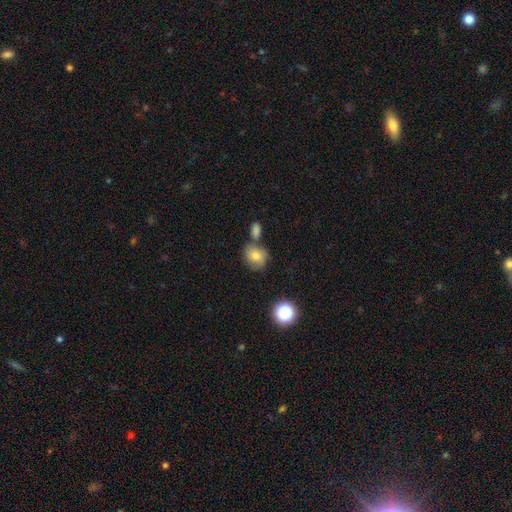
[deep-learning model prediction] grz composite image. It shows a smooth galaxy with no disk features (72%) that is round (68%). Merging: none (57%).